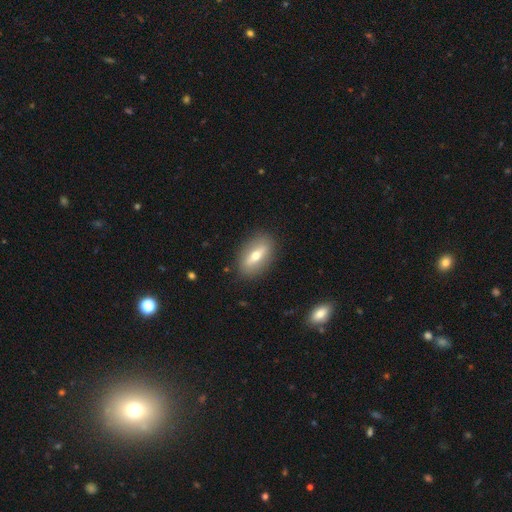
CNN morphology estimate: Smooth or featured? smooth (49%)
Merging? none (86%)